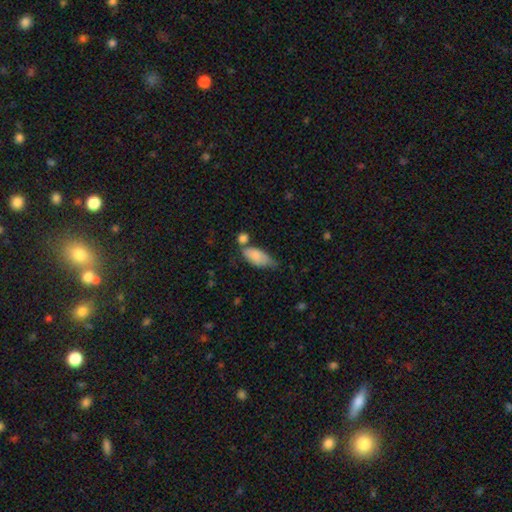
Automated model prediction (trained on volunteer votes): Morphology: type=smooth (80%); roundness=in between (88%); merging=none (37%).